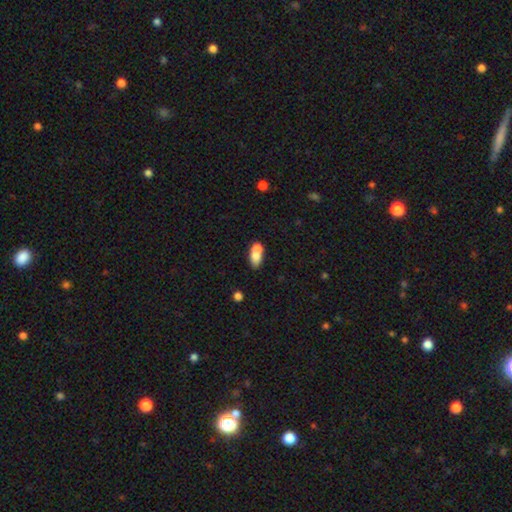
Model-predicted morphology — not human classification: Q: Smooth or featured?
A: smooth (72%); runner-up: featured or disk (19%)
Q: How rounded?
A: in between (79%); runner-up: round (11%)
Q: Merging?
A: merger (55%); runner-up: none (30%)